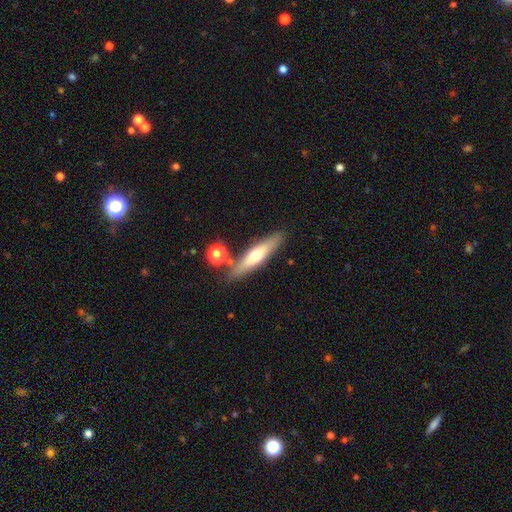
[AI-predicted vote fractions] This is possibly a smooth galaxy (48%). Merging: likely none (79%).